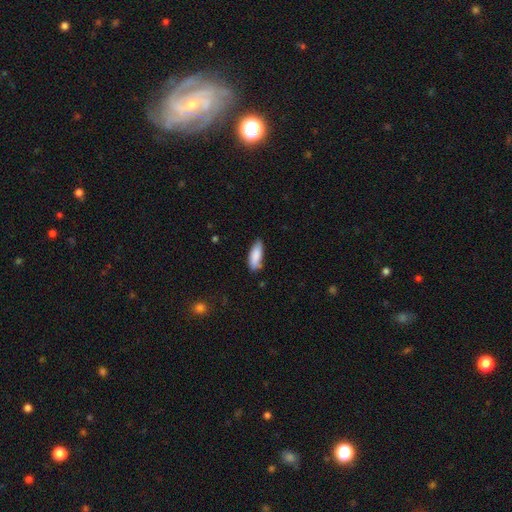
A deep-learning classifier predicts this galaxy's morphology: smooth-or-featured: smooth: 86% | featured or disk: 8% | star or artifact: 6%
  how-rounded: in between: 66% | cigar-shaped: 32% | round: 2%
  merging: none: 71% | minor disturbance: 23% | major disturbance: 4% | merger: 2%